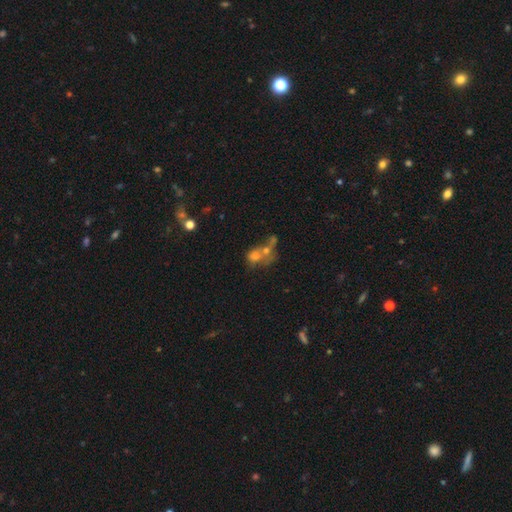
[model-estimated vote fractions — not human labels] Smooth or featured? Predicted: smooth (p=0.52). How rounded? Predicted: round (p=0.61). Merging? Predicted: merger (p=0.53).